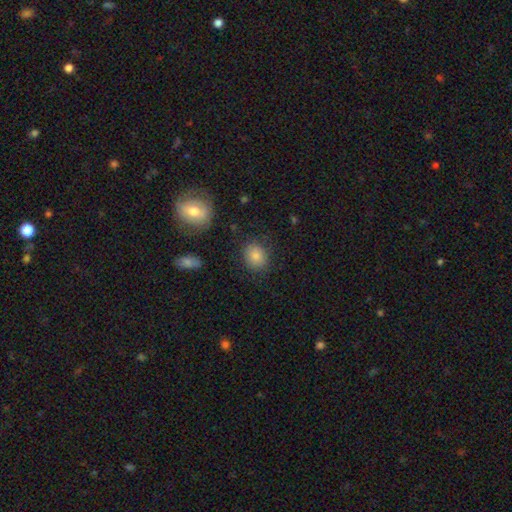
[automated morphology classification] smooth-or-featured: smooth: 83% | star or artifact: 11% | featured or disk: 6%
  how-rounded: round: 60% | in between: 39% | cigar-shaped: 1%
  merging: none: 82% | minor disturbance: 12% | major disturbance: 4% | merger: 2%